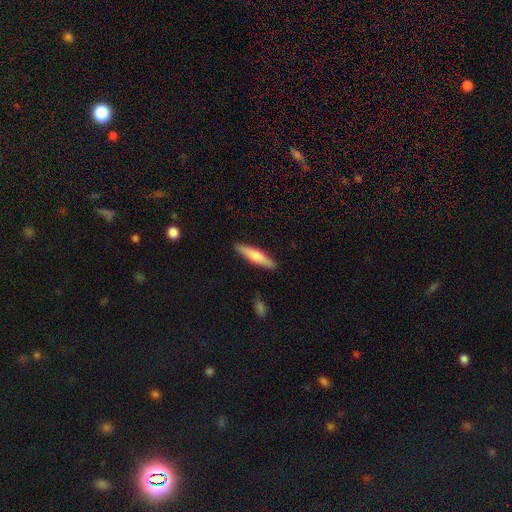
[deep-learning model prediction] smooth 68%, featured or disk 27%, star or artifact 5%. Down the decision tree: how rounded — cigar-shaped (83%); merging — none (89%).